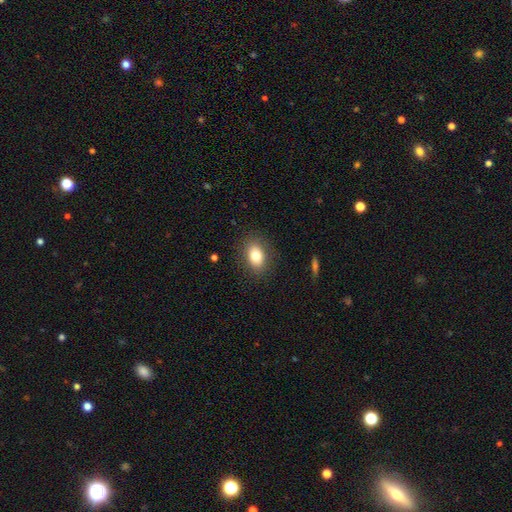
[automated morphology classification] Overall: smooth (79%). How rounded: in between (79%). Merging: none (86%).